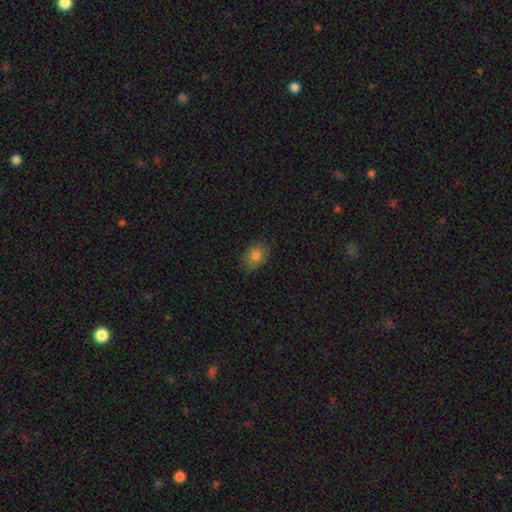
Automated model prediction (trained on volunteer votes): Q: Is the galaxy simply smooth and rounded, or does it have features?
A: smooth — 80%.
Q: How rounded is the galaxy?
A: in between — 73%.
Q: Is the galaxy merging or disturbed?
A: none — 79%.